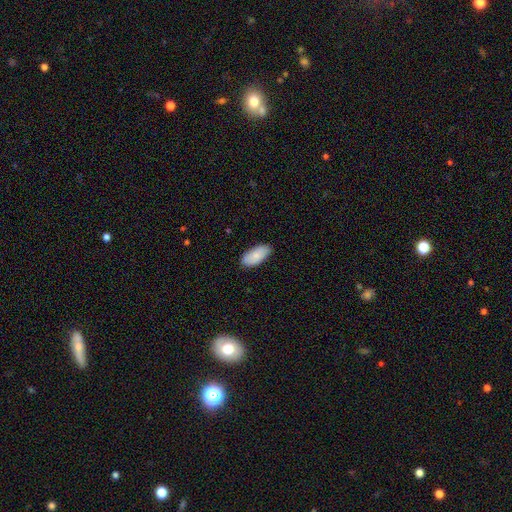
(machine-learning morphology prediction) Q: Smooth or featured?
A: smooth (85%); runner-up: featured or disk (9%)
Q: How rounded?
A: in between (92%); runner-up: cigar-shaped (6%)
Q: Merging?
A: none (84%); runner-up: minor disturbance (13%)